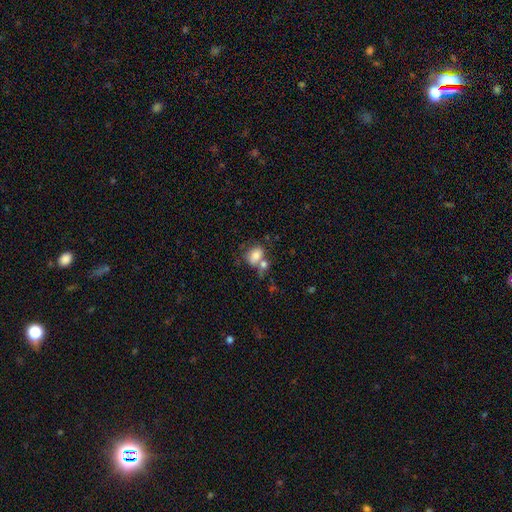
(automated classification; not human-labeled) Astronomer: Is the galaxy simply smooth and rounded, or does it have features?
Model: smooth — 76%.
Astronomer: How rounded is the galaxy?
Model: in between — 67%.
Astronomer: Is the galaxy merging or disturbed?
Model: merger — 42% (runner-up: none, 36%).